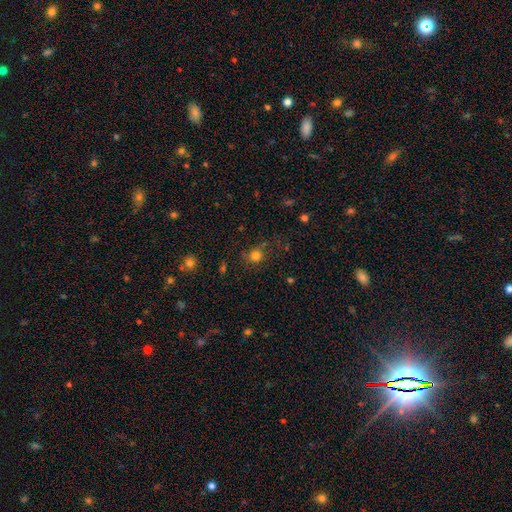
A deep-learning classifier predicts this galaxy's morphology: A smooth galaxy with no disk features (78%) that is round (85%). Merging: none (72%).